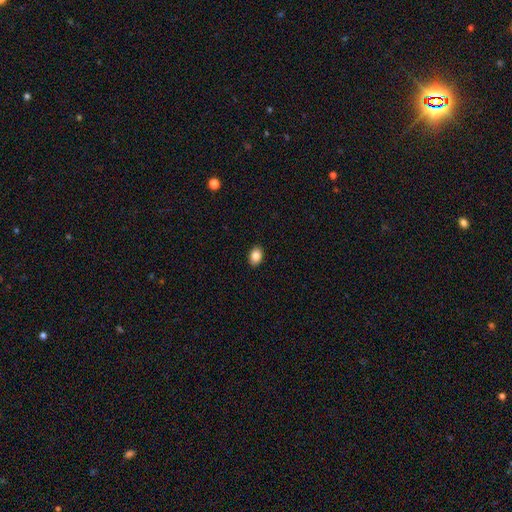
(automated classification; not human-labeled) Smooth or featured: smooth — 86% (star or artifact — 8%)
How rounded: in between — 81% (round — 18%)
Merging: none — 90% (minor disturbance — 7%)